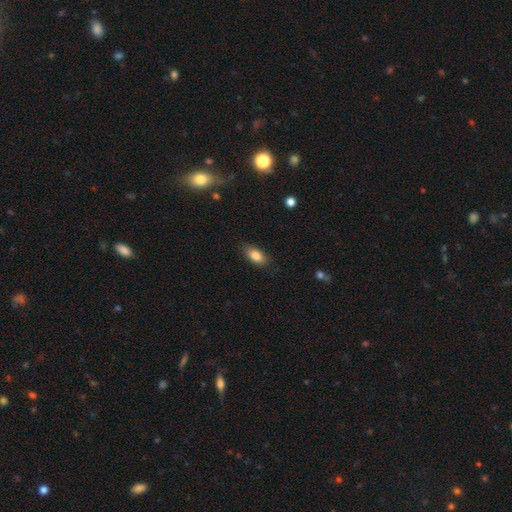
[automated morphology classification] Smooth or featured? smooth (84%)
How rounded? in between (89%)
Merging? none (84%)